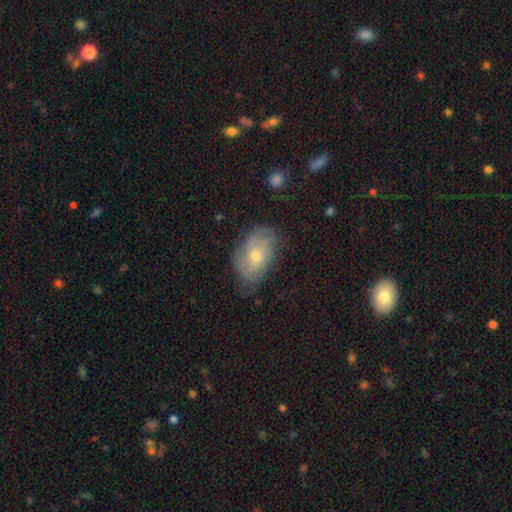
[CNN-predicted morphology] This appears to be a featured or disk galaxy (49%). Merging: none (64%).